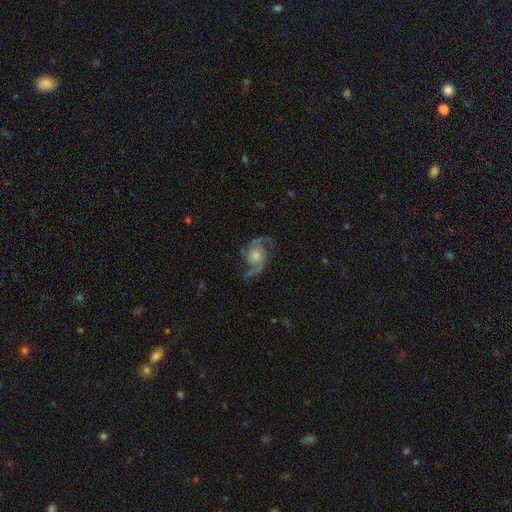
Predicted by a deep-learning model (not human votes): This appears to be a featured or disk galaxy (86%) with no bar (71%), 2 (92%) loose (47%) spiral arms (96%) and a moderate central bulge (37%). Merging: none (68%).